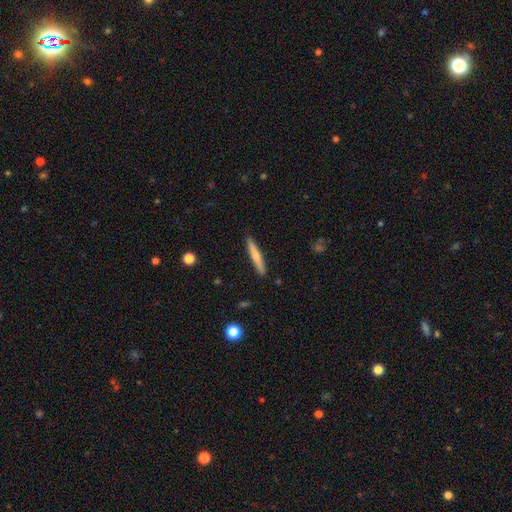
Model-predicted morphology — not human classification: type=smooth (63%); roundness=cigar-shaped (94%); merging=none (90%).